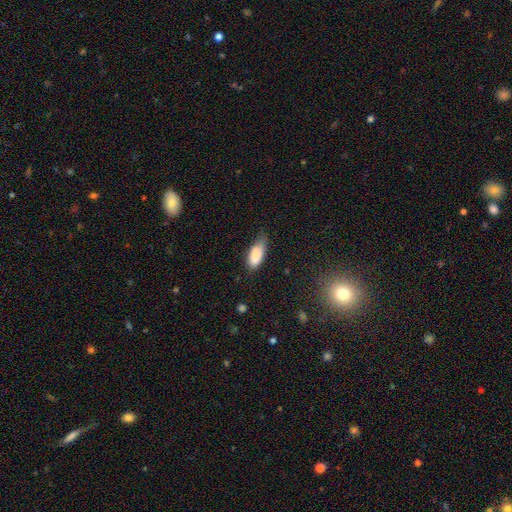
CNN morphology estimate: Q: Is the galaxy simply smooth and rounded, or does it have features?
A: smooth — 85%.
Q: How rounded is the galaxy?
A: in between — 84%.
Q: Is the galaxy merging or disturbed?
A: minor disturbance — 43%, tied with none.